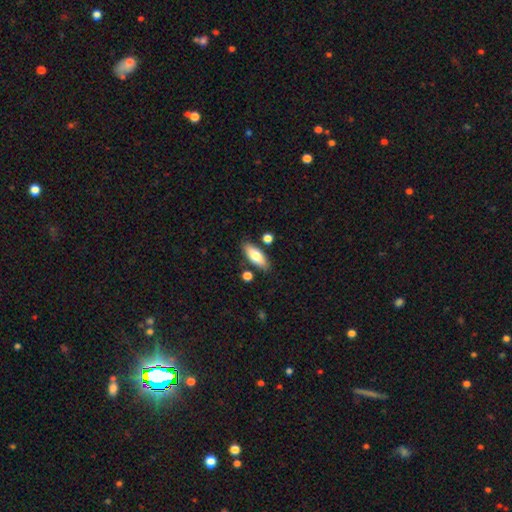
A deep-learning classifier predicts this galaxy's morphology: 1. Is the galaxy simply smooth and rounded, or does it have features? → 76% smooth, 17% featured or disk, 6% star or artifact.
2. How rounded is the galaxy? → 71% in between, 27% cigar-shaped, 3% round.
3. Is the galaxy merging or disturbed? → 82% none, 10% minor disturbance, 5% merger, 2% major disturbance.